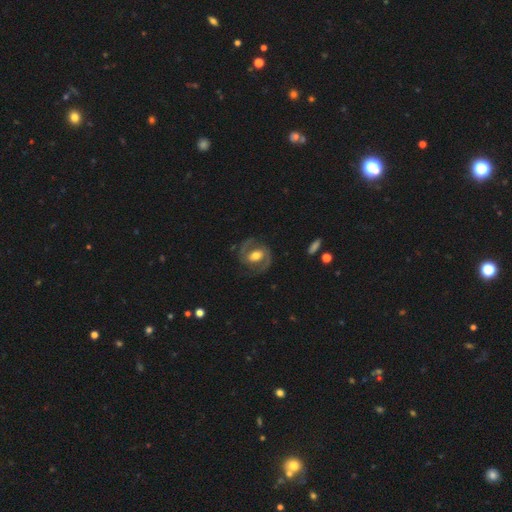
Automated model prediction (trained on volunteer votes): Smooth or featured?
  - featured or disk: 83% *
  - smooth: 12%
  - star or artifact: 5%
Edge-on disk?
  - no: 97% *
  - yes: 3%
Bar?
  - weak: 43% *
  - no: 29%
  - strong: 27%
Spiral arms?
  - yes: 93% *
  - no: 7%
Spiral winding?
  - medium: 56% *
  - tight: 28%
  - loose: 16%
Spiral arm count?
  - 2: 91% *
  - can't tell: 4%
  - 1: 2%
  - 3: 1%
  - 4: 1%
  - more than 4: 1%
Bulge size?
  - moderate: 63% *
  - large: 23%
  - small: 11%
  - none: 2%
  - dominant: 2%
Merging?
  - none: 77% *
  - minor disturbance: 13%
  - major disturbance: 8%
  - merger: 1%